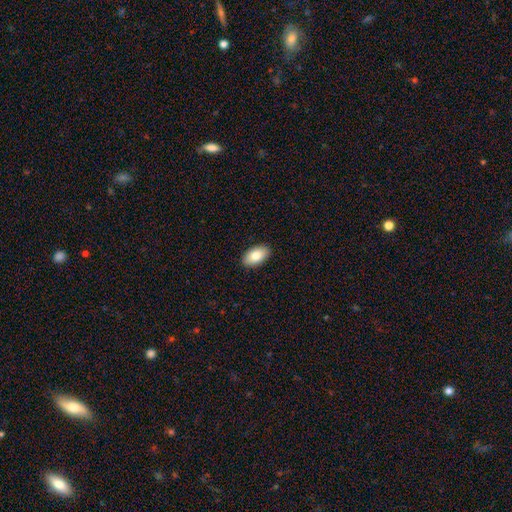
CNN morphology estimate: A smooth galaxy with no disk features (82%) that is in between round and cigar-shaped (95%). Merging: none (91%).